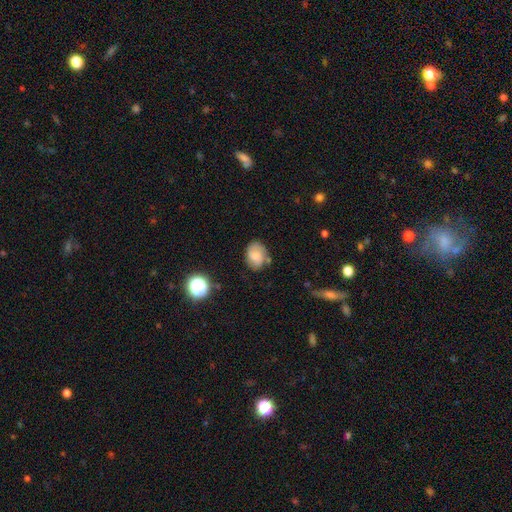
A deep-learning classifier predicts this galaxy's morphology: smooth_or_featured: smooth (p=0.66) [alt: featured or disk p=0.24]
how_rounded: in between (p=0.68) [alt: round p=0.31]
merging: none (p=0.65) [alt: minor disturbance p=0.24]